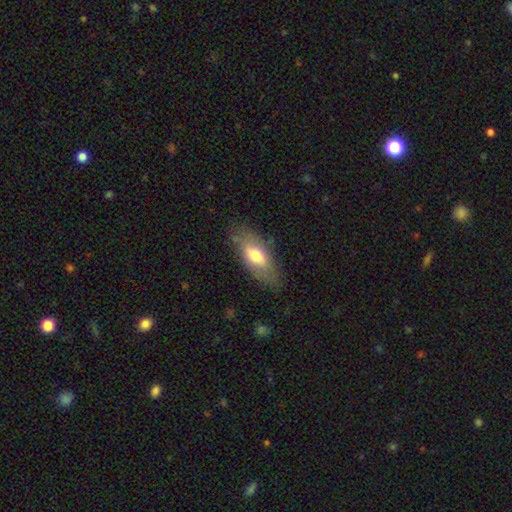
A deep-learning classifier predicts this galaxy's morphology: Q: Smooth or featured?
A: smooth (67%); runner-up: featured or disk (26%)
Q: How rounded?
A: in between (82%); runner-up: cigar-shaped (15%)
Q: Merging?
A: none (75%); runner-up: minor disturbance (18%)